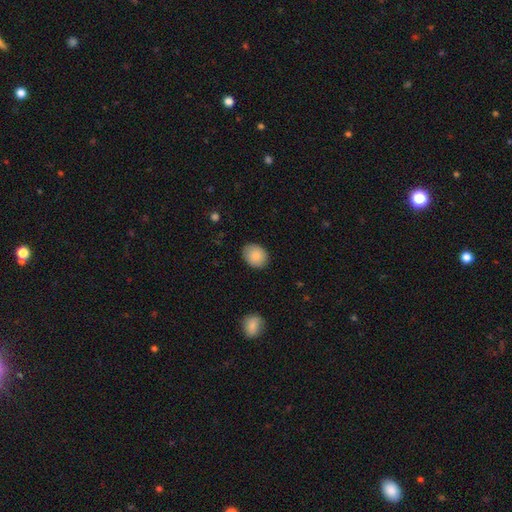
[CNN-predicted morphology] Smooth or featured: smooth — 85% (featured or disk — 8%)
How rounded: round — 60% (in between — 39%)
Merging: none — 83% (minor disturbance — 14%)